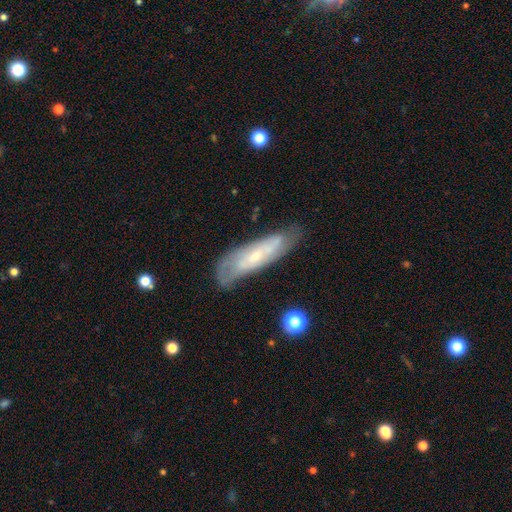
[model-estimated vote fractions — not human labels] A featured or disk galaxy (67%).

Vote fractions:
- Smooth or featured? featured or disk: 67% / smooth: 26% / star or artifact: 7%
- Edge-on disk? no: 75% / yes: 25%
- Merging? none: 71% / minor disturbance: 21% / major disturbance: 6% / merger: 2%